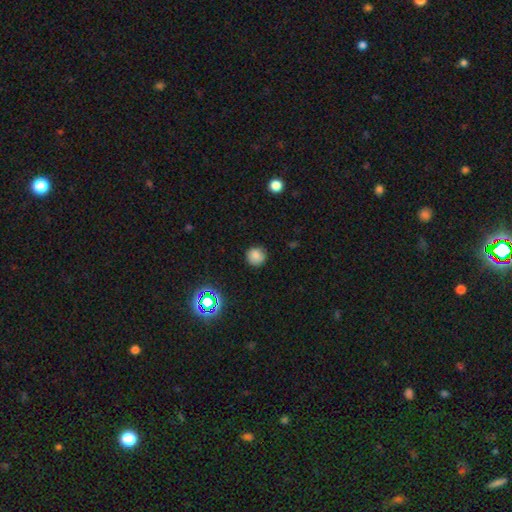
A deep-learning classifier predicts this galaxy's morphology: smooth_or_featured: smooth (p=0.80) [alt: star or artifact p=0.14]
how_rounded: round (p=0.93) [alt: in between p=0.06]
merging: none (p=0.87) [alt: minor disturbance p=0.10]